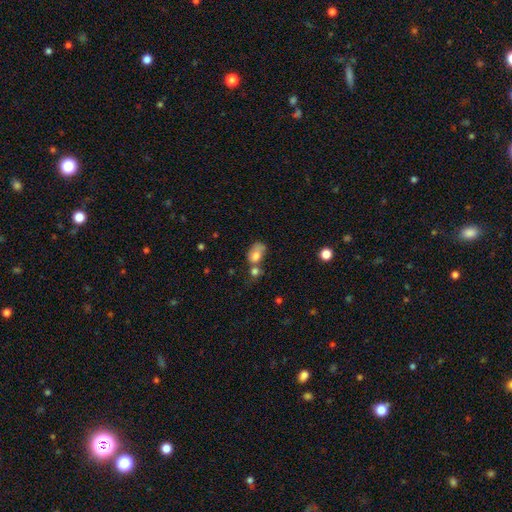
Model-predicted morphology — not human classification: The model was most divided on "merging": merger: 43%, none: 25%, minor disturbance: 18%, major disturbance: 15%. More confident: how rounded — in between (77%); smooth or featured — smooth (74%).